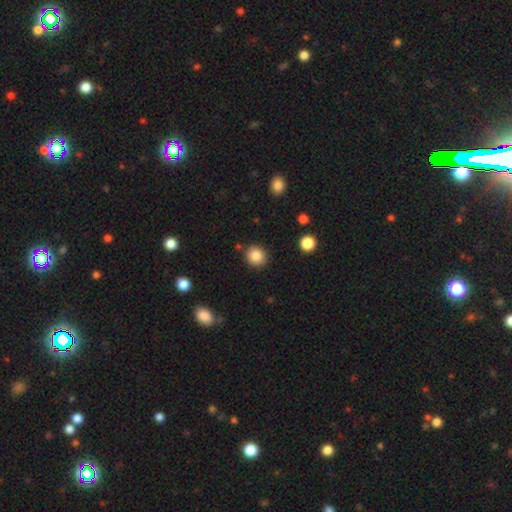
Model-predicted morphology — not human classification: This is clearly a smooth galaxy (85%). How rounded: clearly round (88%). Merging: clearly none (87%).